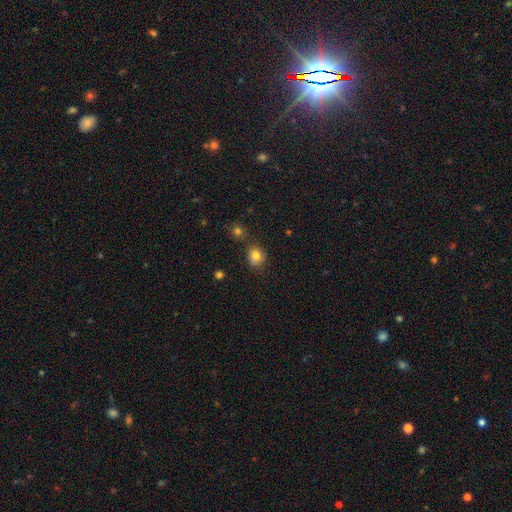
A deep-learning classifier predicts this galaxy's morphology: smooth_or_featured: smooth (p=0.81) [alt: star or artifact p=0.12]
how_rounded: round (p=0.76) [alt: in between p=0.23]
merging: none (p=0.76) [alt: minor disturbance p=0.15]